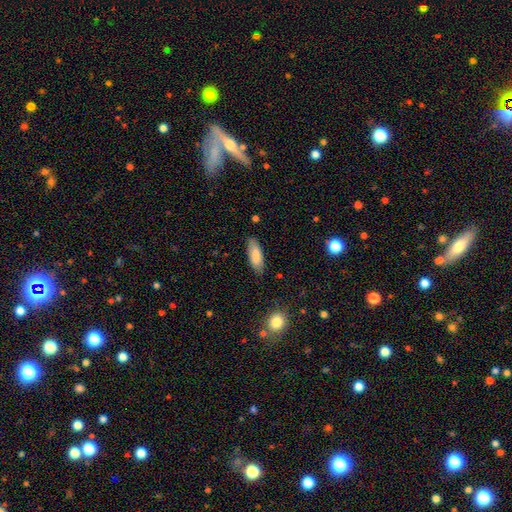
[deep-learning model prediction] smooth 84%, featured or disk 9%, star or artifact 6%. Down the decision tree: how rounded — in between (69%); merging — none (81%).